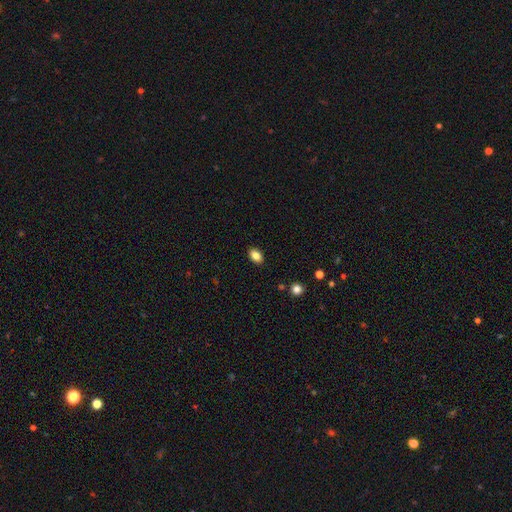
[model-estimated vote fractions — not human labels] A smooth galaxy with no disk features (85%) that is in between round and cigar-shaped (85%). Merging: none (89%).